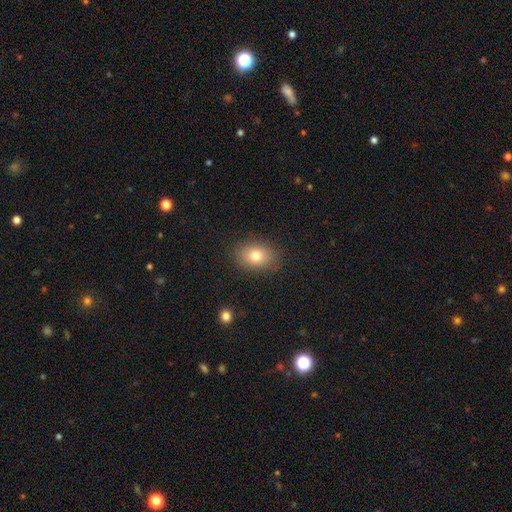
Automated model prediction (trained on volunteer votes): Smooth or featured? Predicted: smooth (p=0.78). How rounded? Predicted: in between (p=0.70). Merging? Predicted: none (p=0.86).